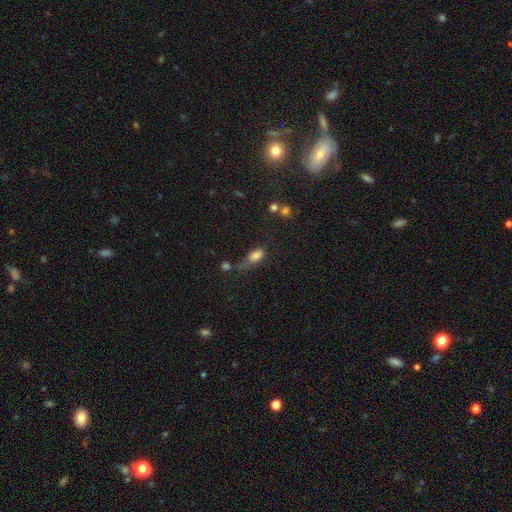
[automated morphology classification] A smooth galaxy with no disk features (78%) that is in between round and cigar-shaped (83%).

Vote fractions:
- Smooth or featured? smooth: 78% / star or artifact: 11% / featured or disk: 11%
- How rounded? in between: 83% / cigar-shaped: 10% / round: 7%
- Merging? major disturbance: 29% (tied) / minor disturbance: 29% (tied) / none: 27% / merger: 14%